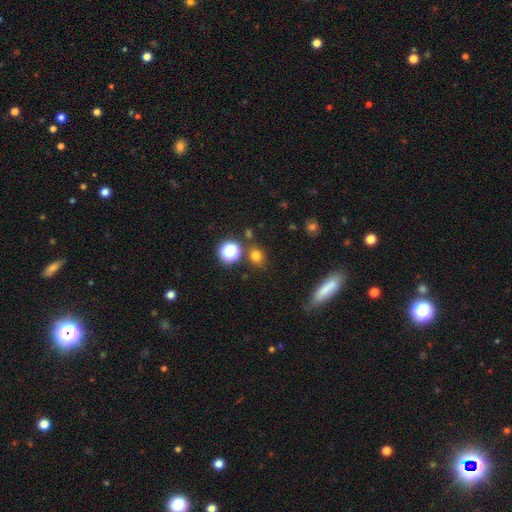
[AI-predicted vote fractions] This is likely a smooth galaxy (73%). How rounded: likely round (68%). Merging: likely none (78%).